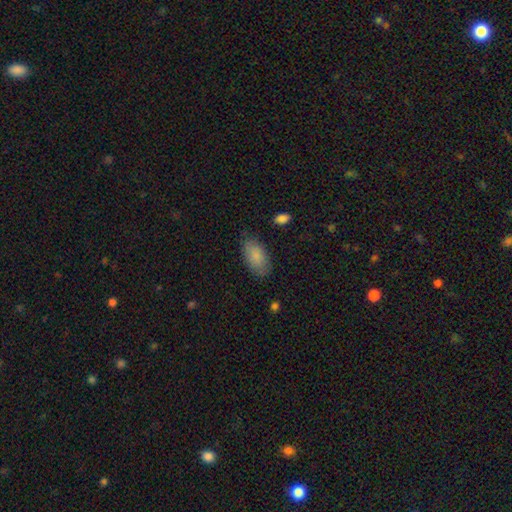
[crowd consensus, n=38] smooth-or-featured: smooth: 87% | featured or disk: 11% | star or artifact: 3%
  how-rounded: in between: 88% | cigar-shaped: 12% | round: 0%
  merging: none: 73% | minor disturbance: 27% | major disturbance: 0% | merger: 0%